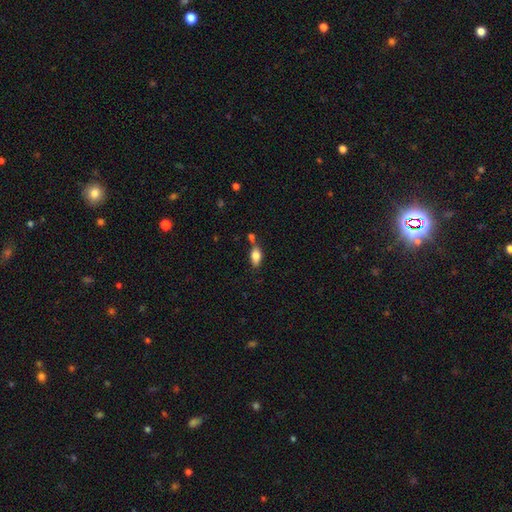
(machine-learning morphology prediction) A smooth galaxy with no disk features (79%) that is in between round and cigar-shaped (88%).

Vote fractions:
- Smooth or featured? smooth: 79% / featured or disk: 13% / star or artifact: 8%
- How rounded? in between: 88% / cigar-shaped: 7% / round: 5%
- Merging? none: 57% / merger: 21% / minor disturbance: 17% / major disturbance: 5%